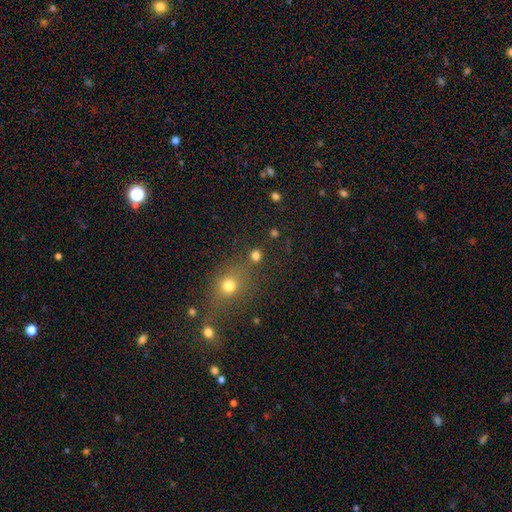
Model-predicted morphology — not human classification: Q: Smooth or featured?
A: smooth (76%); runner-up: star or artifact (19%)
Q: How rounded?
A: round (88%); runner-up: in between (10%)
Q: Merging?
A: none (77%); runner-up: merger (13%)